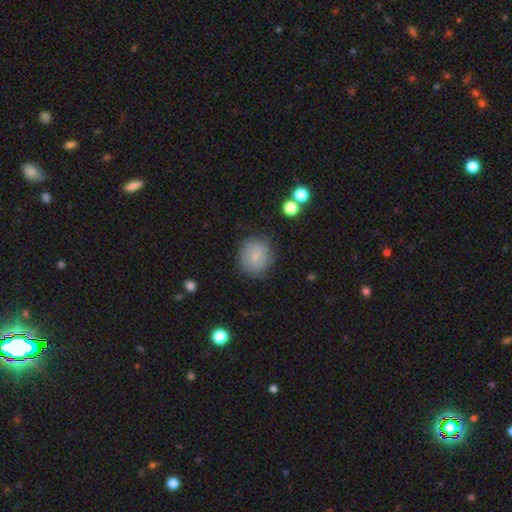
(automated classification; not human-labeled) A smooth galaxy with no disk features (78%) that is round (79%).

Vote fractions:
- Smooth or featured? smooth: 78% / featured or disk: 13% / star or artifact: 9%
- How rounded? round: 79% / in between: 20% / cigar-shaped: 1%
- Merging? none: 77% / minor disturbance: 16% / major disturbance: 5% / merger: 2%